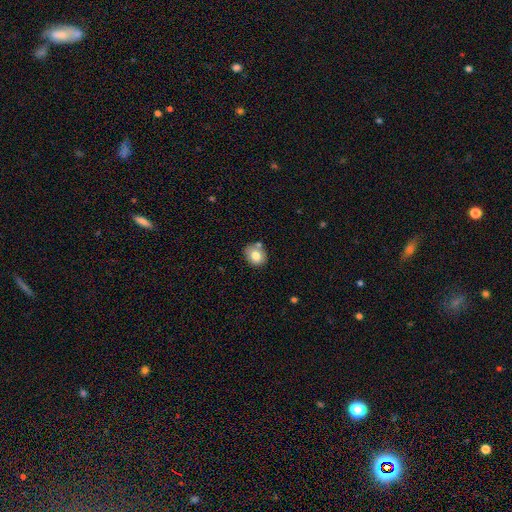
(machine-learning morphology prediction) This appears to be a smooth galaxy with no disk features (78%) that is round (66%). Merging: none (72%).